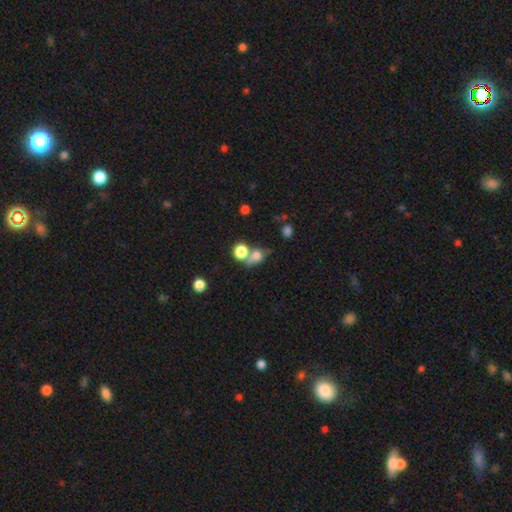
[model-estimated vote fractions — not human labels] Morphology: type=smooth (69%); roundness=round (61%); merging=none (45%).